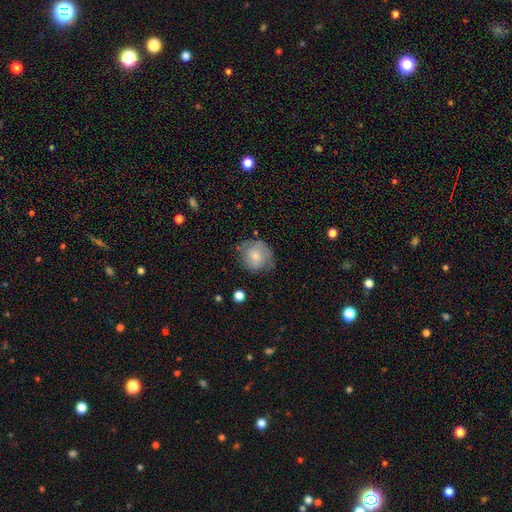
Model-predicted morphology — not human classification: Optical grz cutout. It shows a smooth galaxy with no disk features (70%) that is round (84%). Merging: none (62%).